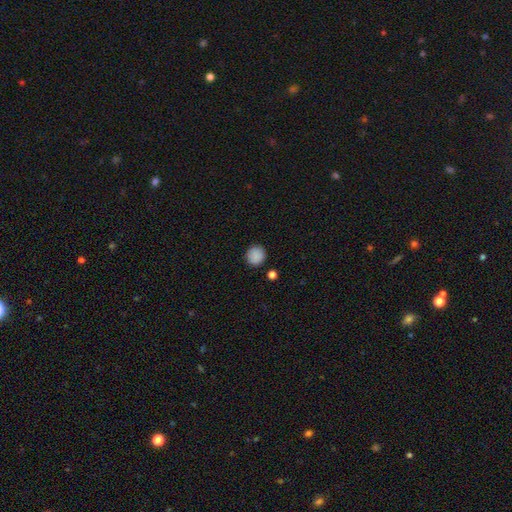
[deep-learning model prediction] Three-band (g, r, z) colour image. It shows a smooth galaxy with no disk features (88%) that is round (93%). Merging: none (89%).